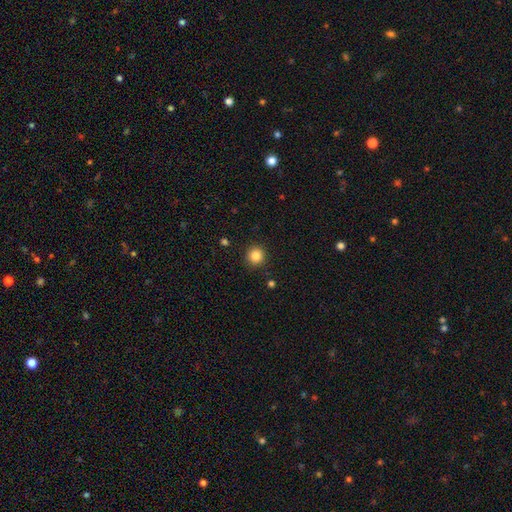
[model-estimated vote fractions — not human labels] A smooth galaxy with no disk features (85%) that is round (93%).

Vote fractions:
- Smooth or featured? smooth: 85% / star or artifact: 11% / featured or disk: 4%
- How rounded? round: 93% / in between: 6% / cigar-shaped: 1%
- Merging? none: 91% / minor disturbance: 6% / major disturbance: 2% / merger: 1%